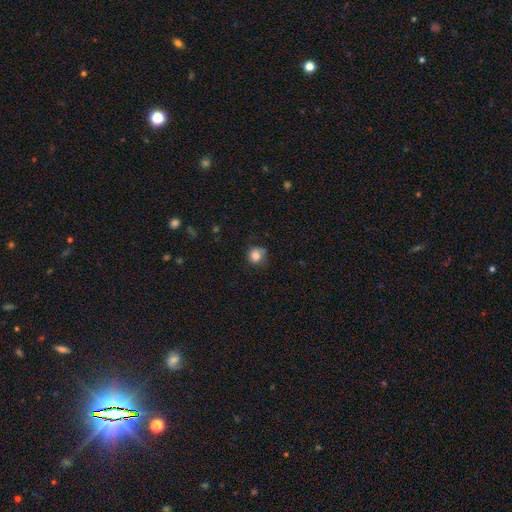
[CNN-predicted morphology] smooth_or_featured: smooth (p=0.80) [alt: star or artifact p=0.11]
how_rounded: round (p=0.84) [alt: in between p=0.15]
merging: none (p=0.66) [alt: minor disturbance p=0.25]